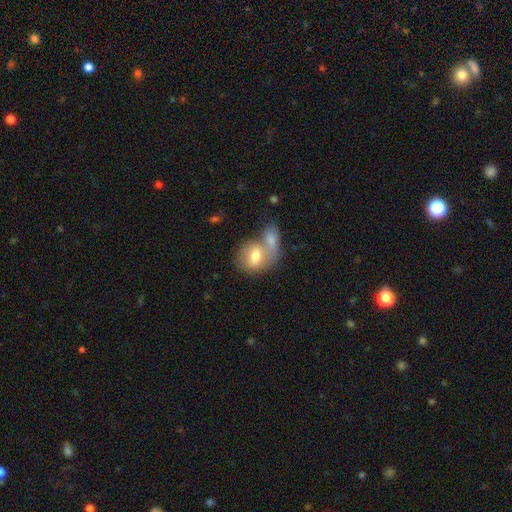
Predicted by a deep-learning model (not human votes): A smooth galaxy with no disk features (68%) that is in between round and cigar-shaped (55%). Merging: merger (64%).